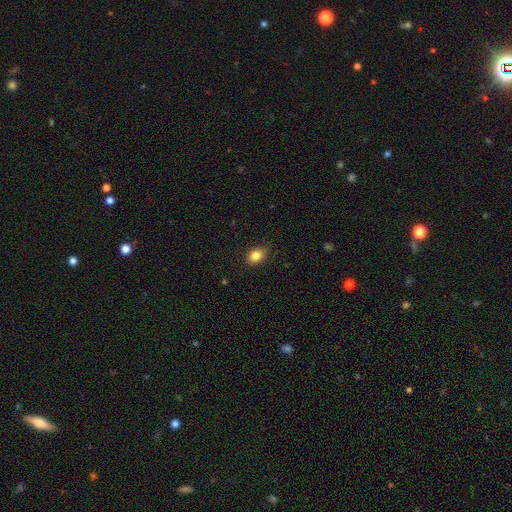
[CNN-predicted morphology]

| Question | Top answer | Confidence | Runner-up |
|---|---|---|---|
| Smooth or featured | smooth | 84% | star or artifact (10%) |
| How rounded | in between | 68% | round (30%) |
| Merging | none | 81% | minor disturbance (16%) |